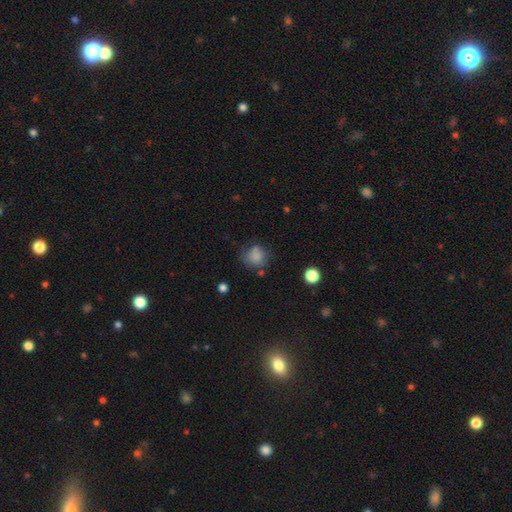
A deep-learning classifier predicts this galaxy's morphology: smooth-or-featured: smooth: 82% | star or artifact: 11% | featured or disk: 8%
  how-rounded: round: 81% | in between: 18% | cigar-shaped: 1%
  merging: none: 60% | minor disturbance: 23% | major disturbance: 10% | merger: 6%